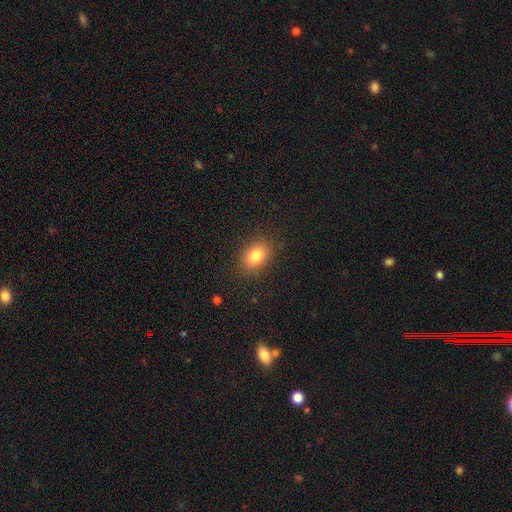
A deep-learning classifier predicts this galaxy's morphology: The model was most divided on "how rounded": in between: 72%, round: 27%, cigar-shaped: 1%. More confident: merging — none (87%); smooth or featured — smooth (81%).